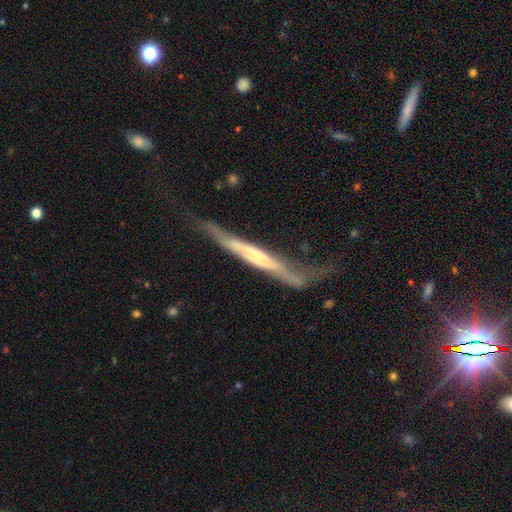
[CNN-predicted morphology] Smooth or featured? featured or disk (70%)
Edge-on disk? yes (80%)
Edge-on bulge? none (39%)
Merging? none (42%)